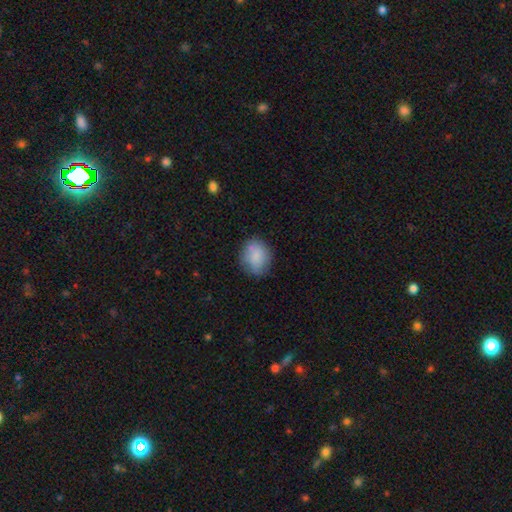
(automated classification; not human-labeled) smooth_or_featured: smooth (p=0.82) [alt: featured or disk p=0.11]
how_rounded: round (p=0.57) [alt: in between p=0.42]
merging: none (p=0.72) [alt: minor disturbance p=0.20]